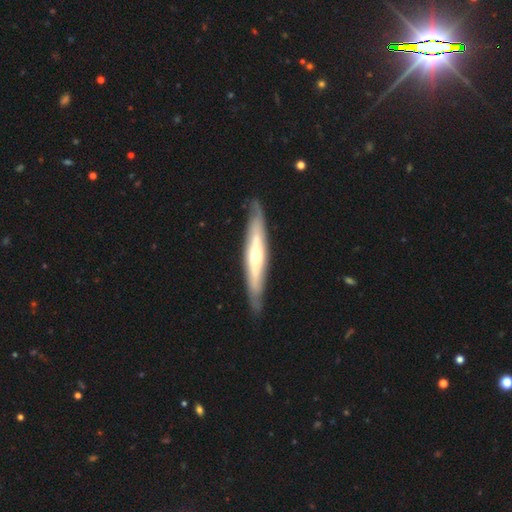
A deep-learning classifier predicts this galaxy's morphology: smooth-or-featured: featured or disk: 67% | smooth: 29% | star or artifact: 5%
  disk-edge-on: yes: 76% | no: 24%
    edge-on-bulge: rounded: 75% | none: 20% | boxy: 5%
  merging: none: 85% | minor disturbance: 12% | major disturbance: 3% | merger: 1%